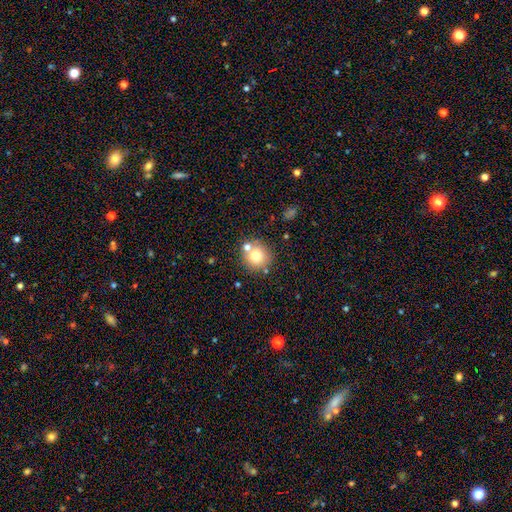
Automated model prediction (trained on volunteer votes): Smooth or featured? smooth (75%)
How rounded? round (89%)
Merging? none (71%)